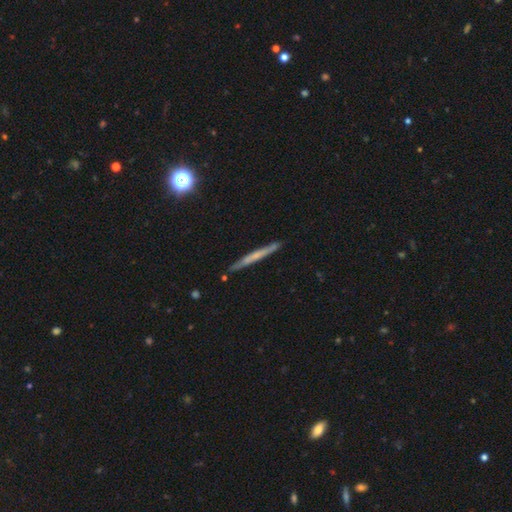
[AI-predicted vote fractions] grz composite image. It shows a featured or disk galaxy (54%) viewed edge-on (96%) with no central bulge (67%). Merging: none (87%).